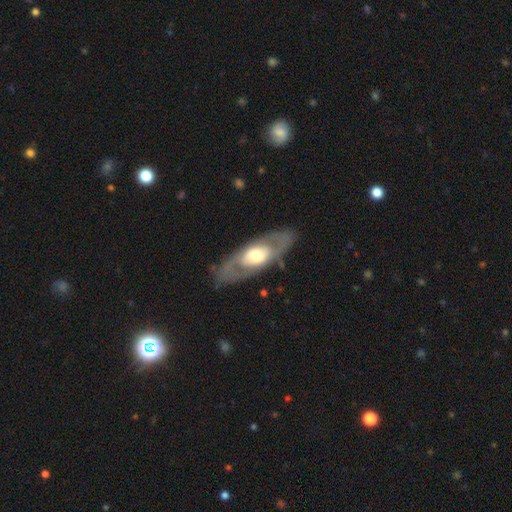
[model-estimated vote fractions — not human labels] Smooth or featured? featured or disk (63%)
Edge-on disk? no (79%)
Merging? none (80%)